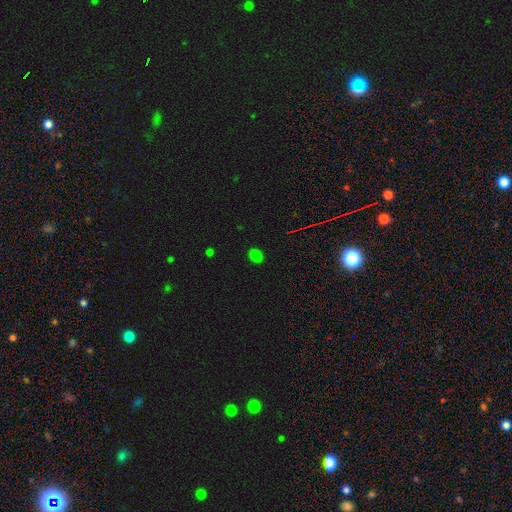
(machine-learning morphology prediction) Q: Smooth or featured?
A: smooth (77%); runner-up: star or artifact (19%)
Q: How rounded?
A: in between (69%); runner-up: round (30%)
Q: Merging?
A: none (88%); runner-up: minor disturbance (9%)